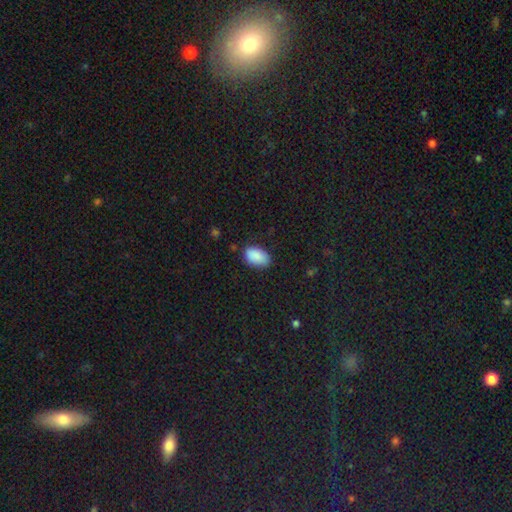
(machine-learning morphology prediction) type=smooth (88%); roundness=in between (92%); merging=none (78%).